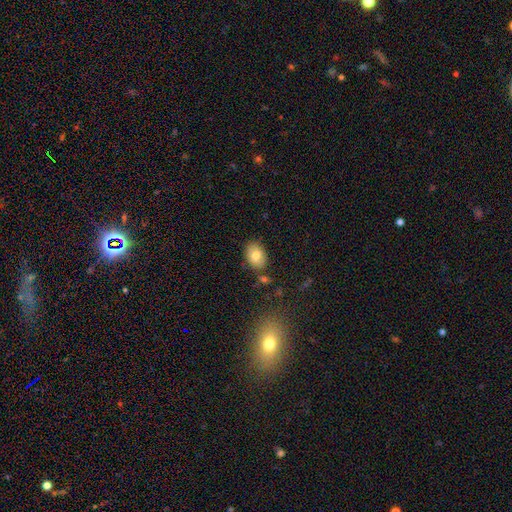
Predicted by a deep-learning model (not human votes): Q: Smooth or featured?
A: smooth (78%); runner-up: featured or disk (13%)
Q: How rounded?
A: in between (79%); runner-up: round (20%)
Q: Merging?
A: none (79%); runner-up: minor disturbance (13%)